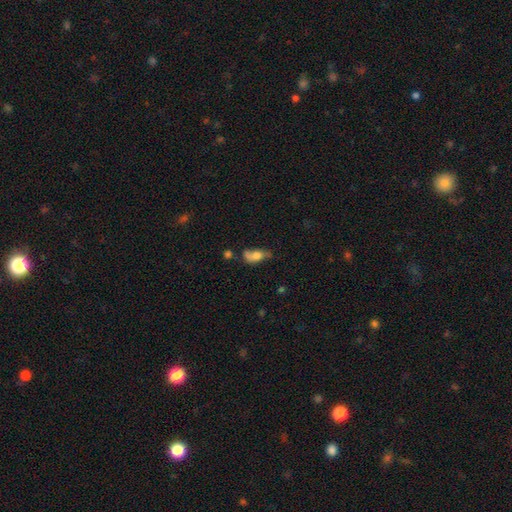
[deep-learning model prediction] Smooth or featured? smooth (56%)
How rounded? in between (77%)
Merging? none (38%)